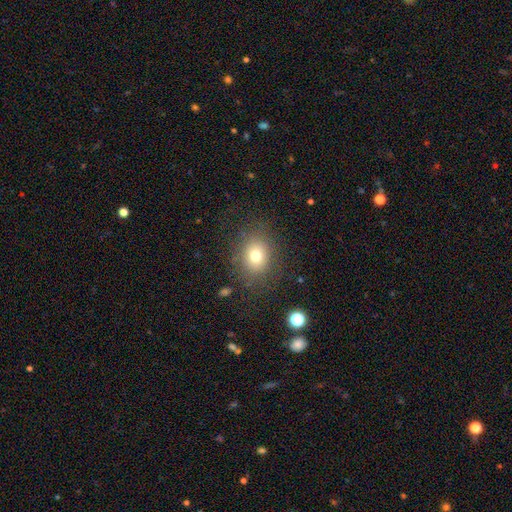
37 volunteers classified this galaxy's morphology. smooth_or_featured: smooth (p=0.89) [alt: featured or disk p=0.08]
how_rounded: round (p=0.73) [alt: in between p=0.27]
merging: none (p=0.78) [alt: minor disturbance p=0.11]